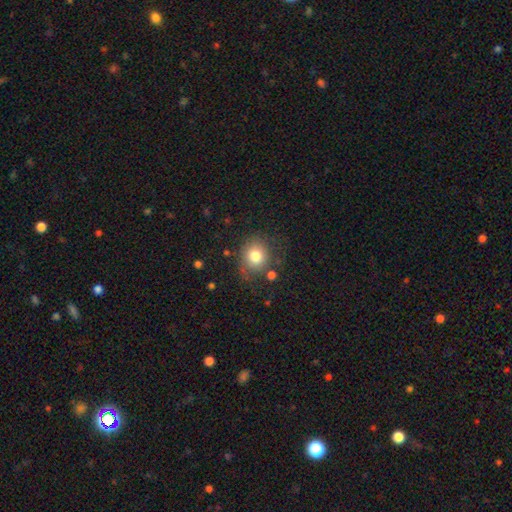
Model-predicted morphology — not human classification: Smooth or featured: smooth — 78% (featured or disk — 11%)
How rounded: round — 72% (in between — 28%)
Merging: none — 70% (minor disturbance — 18%)